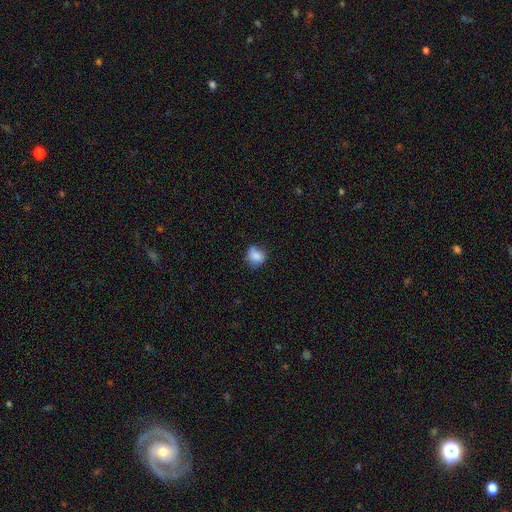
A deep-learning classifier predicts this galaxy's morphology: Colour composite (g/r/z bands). It shows a smooth galaxy with no disk features (83%) that is round (71%). Merging: none (57%).